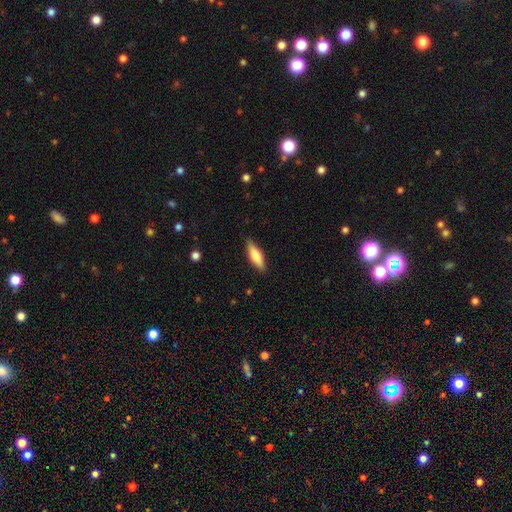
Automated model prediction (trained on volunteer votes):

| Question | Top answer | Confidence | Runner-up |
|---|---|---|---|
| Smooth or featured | smooth | 62% | featured or disk (33%) |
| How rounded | cigar-shaped | 53% | in between (45%) |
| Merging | none | 87% | minor disturbance (10%) |